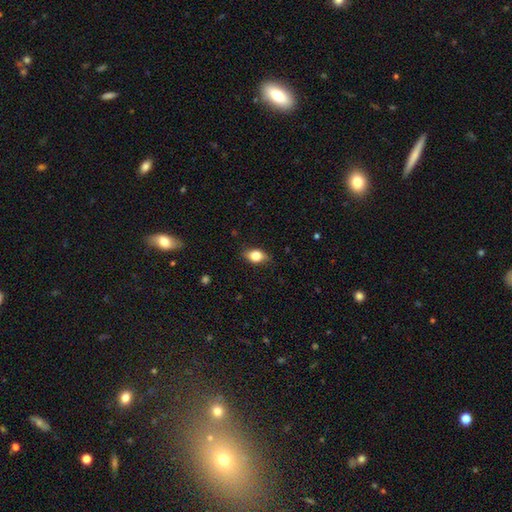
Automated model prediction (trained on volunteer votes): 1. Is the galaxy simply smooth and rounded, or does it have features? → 74% smooth, 17% featured or disk, 9% star or artifact.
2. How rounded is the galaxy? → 75% in between, 21% round, 4% cigar-shaped.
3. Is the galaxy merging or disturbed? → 79% none, 16% minor disturbance, 3% major disturbance, 1% merger.